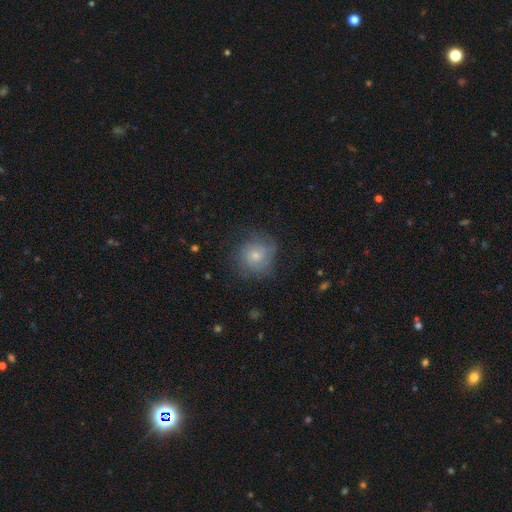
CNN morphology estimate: This is possibly a featured or disk galaxy (48%). Merging: likely none (68%).